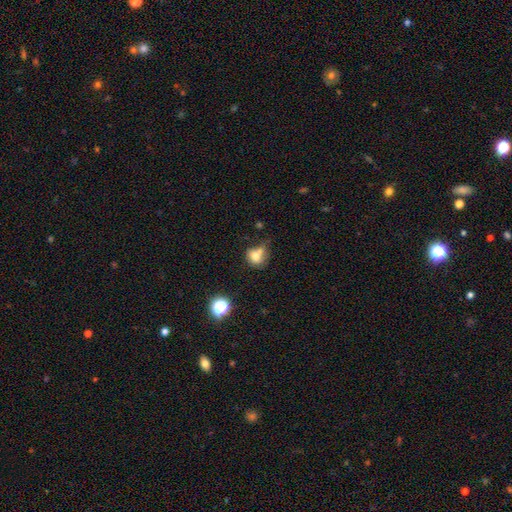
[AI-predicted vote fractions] A smooth galaxy with no disk features (74%) that is round (65%).

Vote fractions:
- Smooth or featured? smooth: 74% / featured or disk: 13% / star or artifact: 13%
- How rounded? round: 65% / in between: 34% / cigar-shaped: 1%
- Merging? none: 40% / merger: 34% / minor disturbance: 18% / major disturbance: 8%